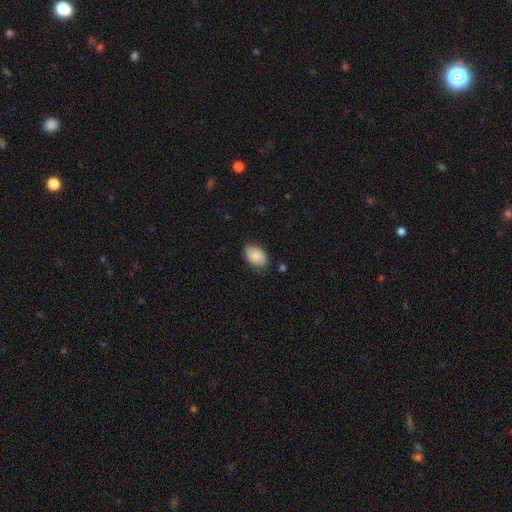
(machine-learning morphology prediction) Smooth or featured: smooth — 82% (featured or disk — 11%)
How rounded: in between — 89% (round — 10%)
Merging: none — 68% (minor disturbance — 26%)